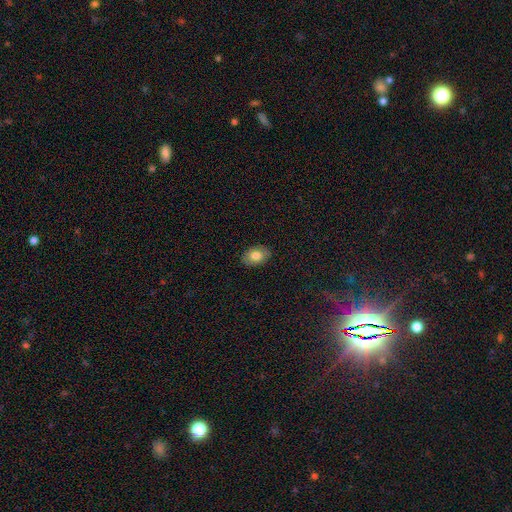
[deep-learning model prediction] smooth 78%, featured or disk 14%, star or artifact 8%. Down the decision tree: how rounded — in between (83%); merging — none (87%).